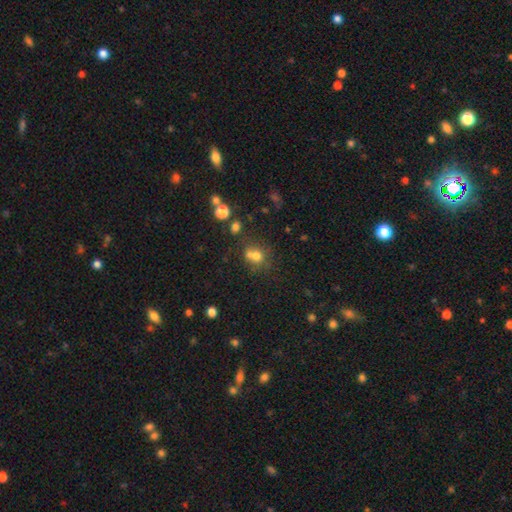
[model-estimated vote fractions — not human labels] Q: Smooth or featured?
A: smooth (68%); runner-up: star or artifact (18%)
Q: How rounded?
A: round (76%); runner-up: in between (23%)
Q: Merging?
A: none (43%); runner-up: merger (41%)